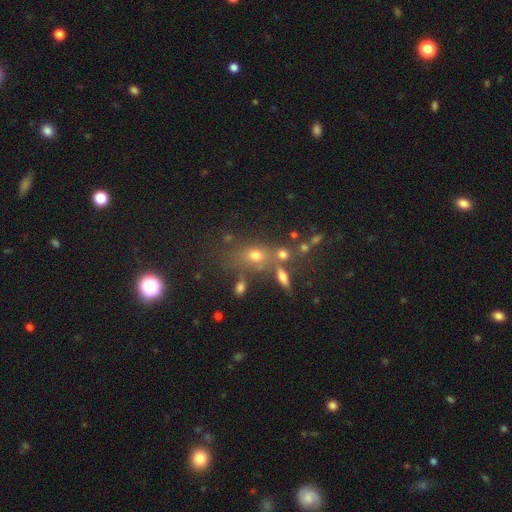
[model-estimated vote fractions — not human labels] Smooth or featured? Predicted: smooth (p=0.58). How rounded? Predicted: in between (p=0.52). Merging? Predicted: none (p=0.55).